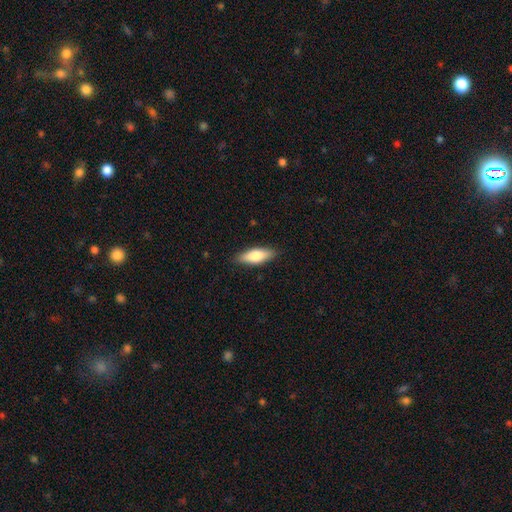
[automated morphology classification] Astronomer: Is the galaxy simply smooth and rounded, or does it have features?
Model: smooth — 71%.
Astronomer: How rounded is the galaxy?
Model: in between — 64%.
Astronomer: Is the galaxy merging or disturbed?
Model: none — 88%.